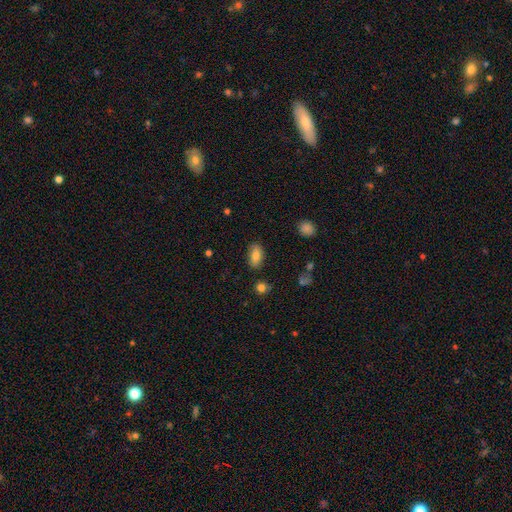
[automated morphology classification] Smooth or featured? smooth (80%)
How rounded? in between (90%)
Merging? none (81%)